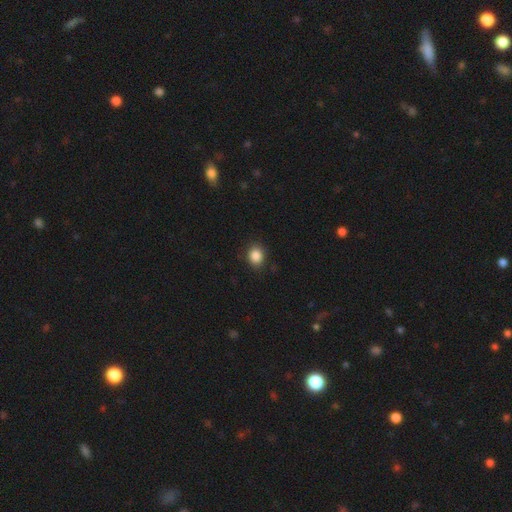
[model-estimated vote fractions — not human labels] Smooth or featured?
  - smooth: 87% *
  - star or artifact: 10%
  - featured or disk: 4%
How rounded?
  - round: 62% *
  - in between: 37%
  - cigar-shaped: 1%
Merging?
  - none: 87% *
  - minor disturbance: 10%
  - major disturbance: 3%
  - merger: 1%